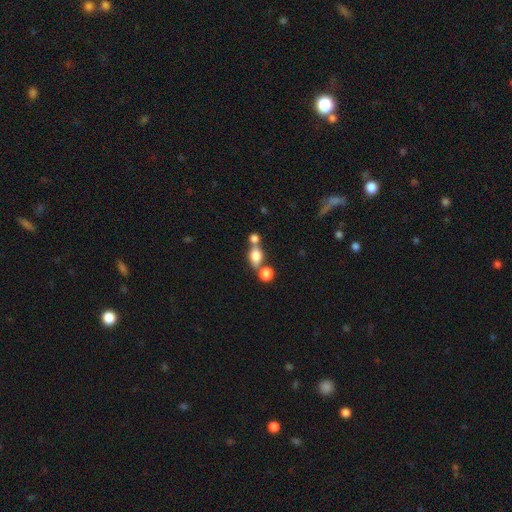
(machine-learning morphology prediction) smooth-or-featured: smooth: 74% | featured or disk: 15% | star or artifact: 11%
  how-rounded: in between: 60% | round: 35% | cigar-shaped: 5%
  merging: merger: 42% (tied) | none: 42% (tied) | minor disturbance: 10% | major disturbance: 5%